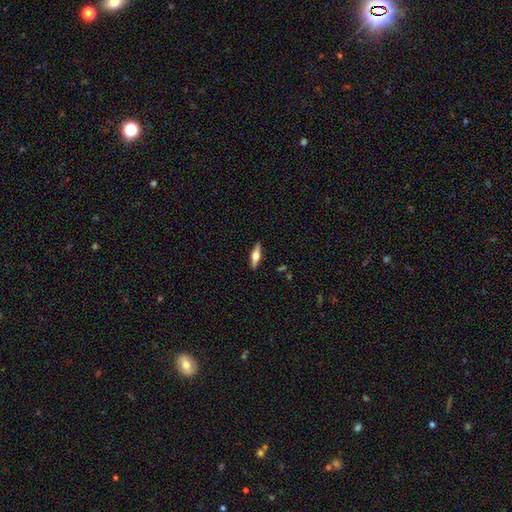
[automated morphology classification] This is possibly a featured or disk galaxy (54%). It is clearly viewed edge-on (95%). Edge-on bulge: clearly rounded (93%). Merging: clearly none (89%).